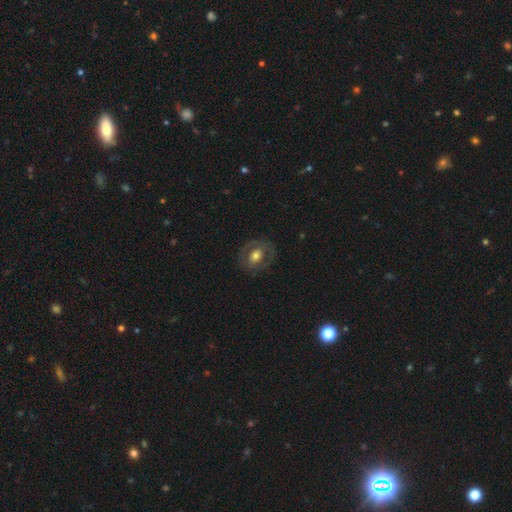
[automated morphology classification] type=smooth (48%); merging=none (77%).